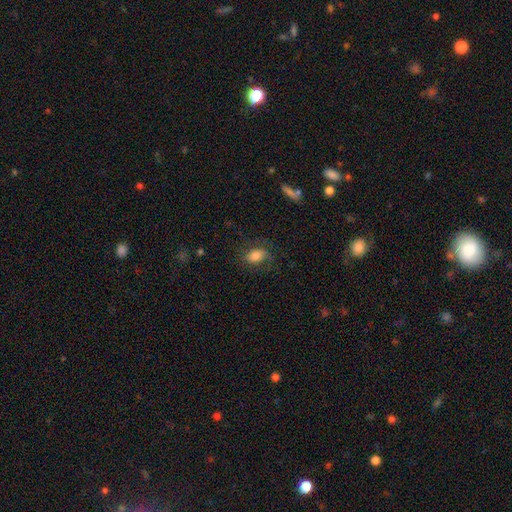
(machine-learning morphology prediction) type=smooth (75%); roundness=in between (81%); merging=none (71%).